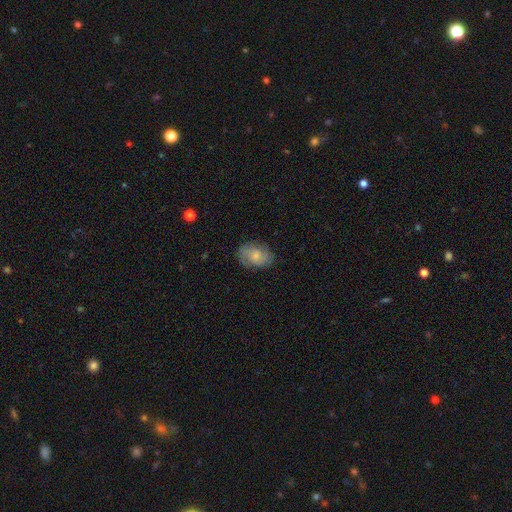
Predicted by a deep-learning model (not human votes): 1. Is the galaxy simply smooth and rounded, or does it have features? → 64% smooth, 29% featured or disk, 7% star or artifact.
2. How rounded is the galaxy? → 81% in between, 17% round, 1% cigar-shaped.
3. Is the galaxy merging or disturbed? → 77% none, 17% minor disturbance, 5% major disturbance, 1% merger.